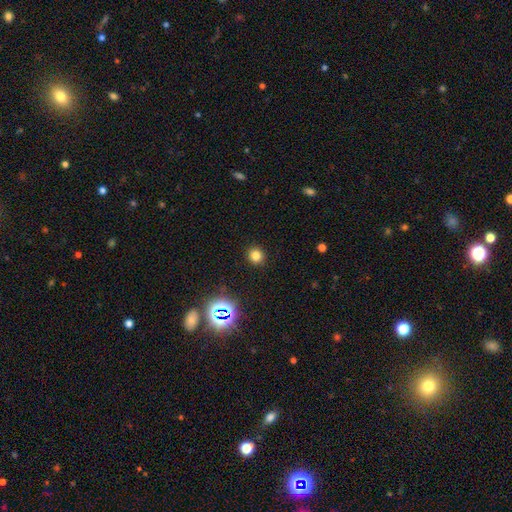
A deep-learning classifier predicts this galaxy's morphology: A smooth galaxy with no disk features (77%) that is round (85%).

Vote fractions:
- Smooth or featured? smooth: 77% / star or artifact: 18% / featured or disk: 5%
- How rounded? round: 85% / in between: 14% / cigar-shaped: 1%
- Merging? none: 91% / minor disturbance: 6% / major disturbance: 2% / merger: 1%